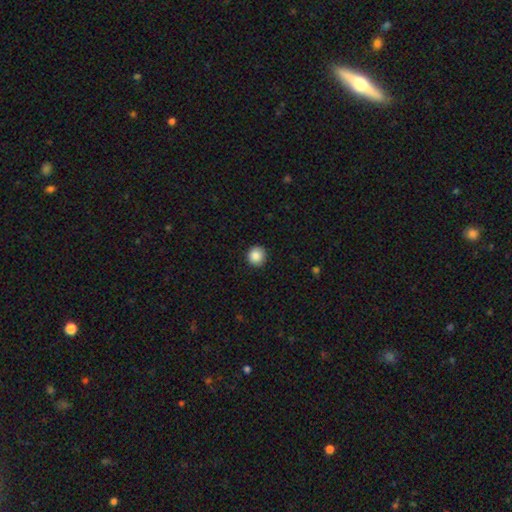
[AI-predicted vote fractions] smooth 88%, star or artifact 9%, featured or disk 4%. Down the decision tree: how rounded — round (93%); merging — none (91%).